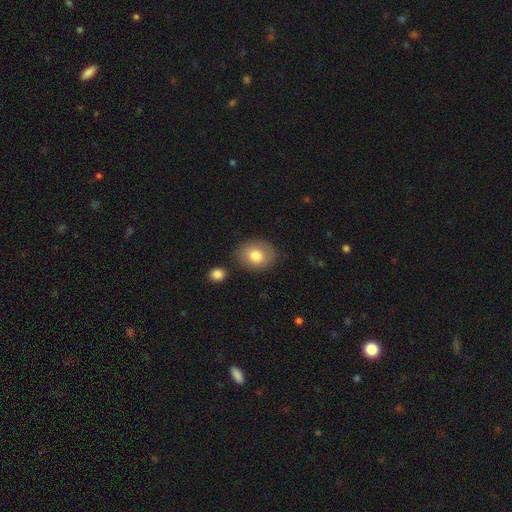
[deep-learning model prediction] Smooth or featured?
  - smooth: 77% *
  - featured or disk: 15%
  - star or artifact: 8%
How rounded?
  - round: 51% *
  - in between: 48%
  - cigar-shaped: 1%
Merging?
  - none: 79% *
  - minor disturbance: 13%
  - merger: 4%
  - major disturbance: 4%